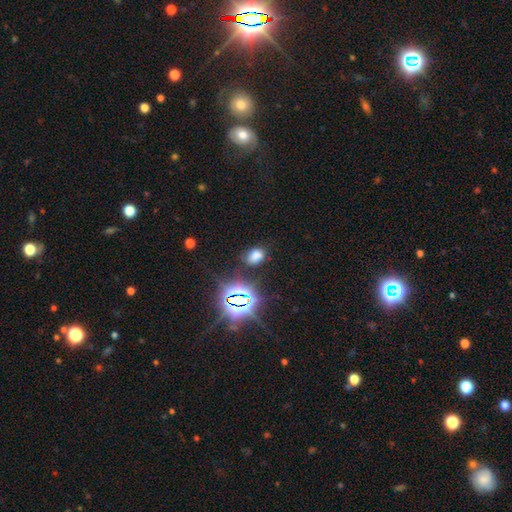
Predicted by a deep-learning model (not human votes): Smooth or featured: smooth — 62% (star or artifact — 30%)
How rounded: in between — 74% (round — 24%)
Merging: none — 76% (minor disturbance — 15%)